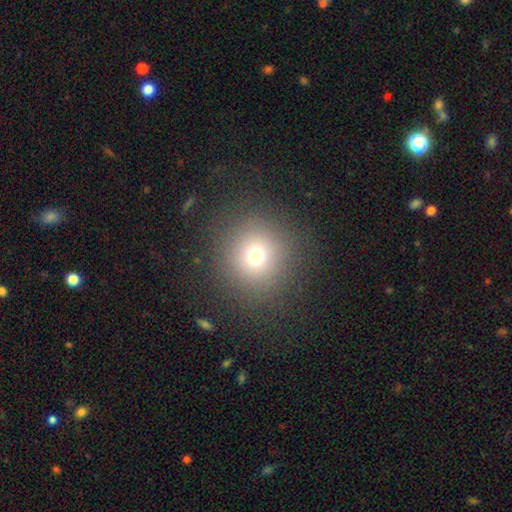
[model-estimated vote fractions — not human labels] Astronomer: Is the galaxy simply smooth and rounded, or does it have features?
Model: smooth — 71%.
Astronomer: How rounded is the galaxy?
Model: round — 93%.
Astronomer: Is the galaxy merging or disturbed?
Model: none — 88%.